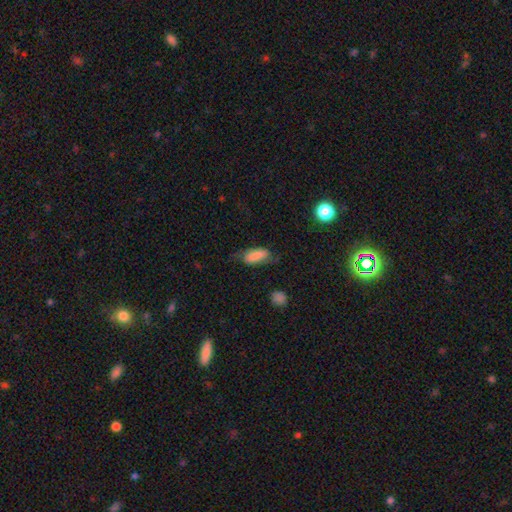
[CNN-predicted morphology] Smooth or featured? smooth (74%)
How rounded? in between (82%)
Merging? none (53%)